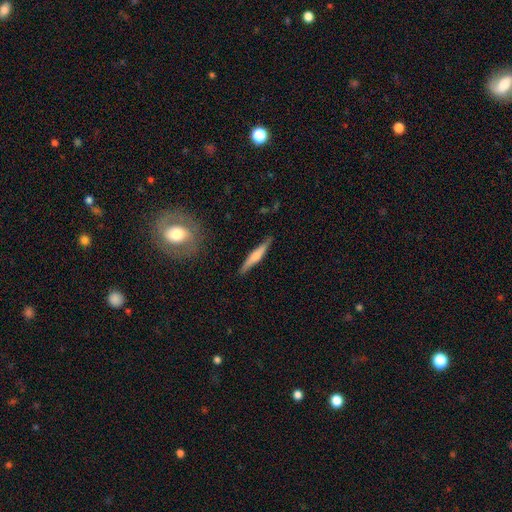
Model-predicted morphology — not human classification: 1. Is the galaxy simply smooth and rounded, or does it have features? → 52% smooth, 43% featured or disk, 6% star or artifact.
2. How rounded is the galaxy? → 91% cigar-shaped, 7% in between, 2% round.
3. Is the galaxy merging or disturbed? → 87% none, 10% minor disturbance, 2% major disturbance, 1% merger.